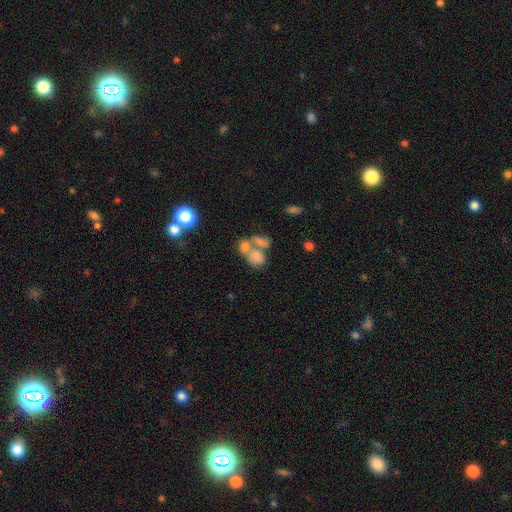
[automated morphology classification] Smooth or featured: smooth — 66% (featured or disk — 22%)
How rounded: in between — 68% (round — 30%)
Merging: merger — 67% (none — 18%)